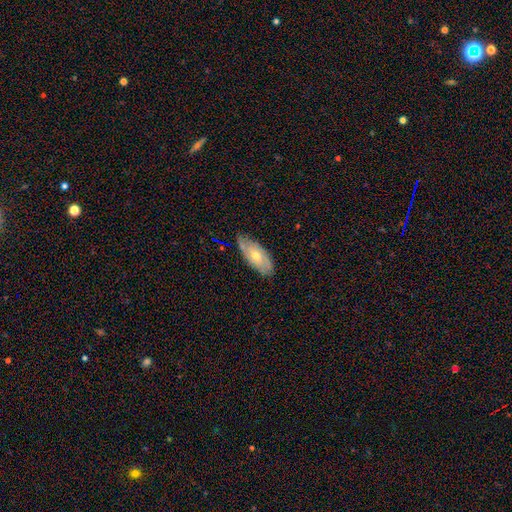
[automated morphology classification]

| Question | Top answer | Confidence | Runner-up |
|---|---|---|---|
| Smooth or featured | featured or disk | 55% | smooth (38%) |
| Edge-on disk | no | 84% | yes (16%) |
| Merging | none | 75% | minor disturbance (21%) |